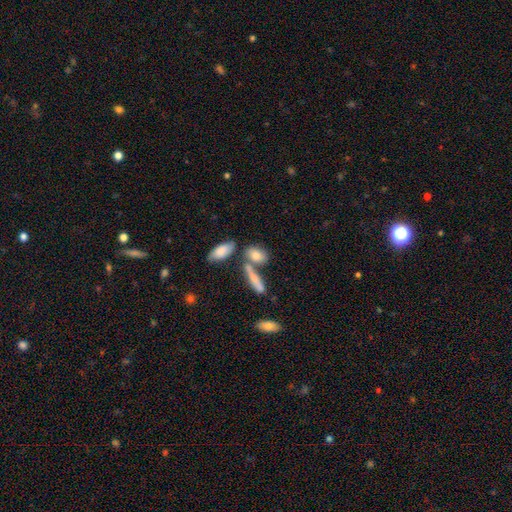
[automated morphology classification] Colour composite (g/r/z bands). It shows a smooth galaxy with no disk features (76%) that is in between round and cigar-shaped (75%). Merging: none (49%).